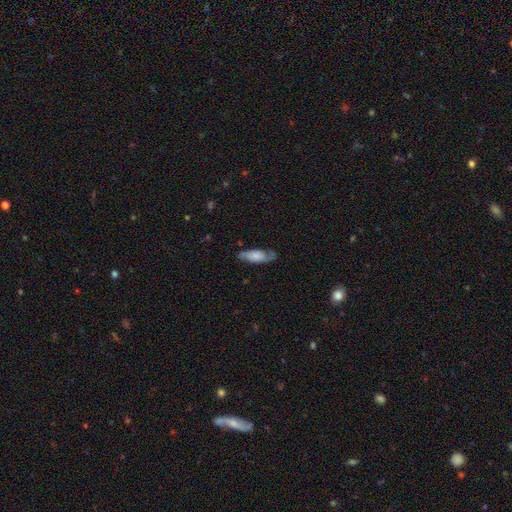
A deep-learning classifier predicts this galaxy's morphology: Overall: smooth (48%; featured or disk 45%). Merging: none (69%).